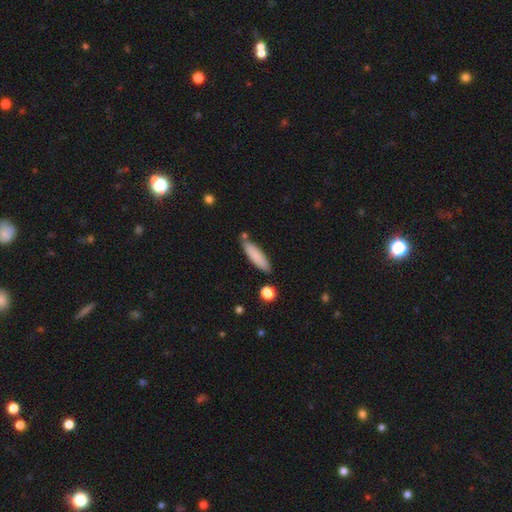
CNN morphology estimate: smooth_or_featured: smooth (p=0.83) [alt: featured or disk p=0.11]
how_rounded: cigar-shaped (p=0.73) [alt: in between p=0.25]
merging: none (p=0.78) [alt: minor disturbance p=0.13]